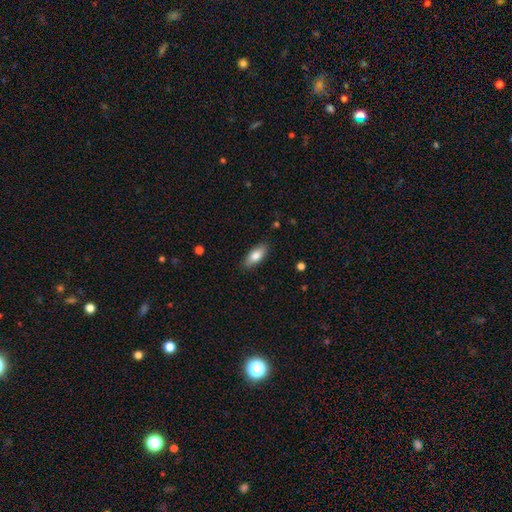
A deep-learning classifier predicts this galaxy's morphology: smooth 80%, featured or disk 14%, star or artifact 6%. Down the decision tree: how rounded — in between (81%); merging — none (87%).